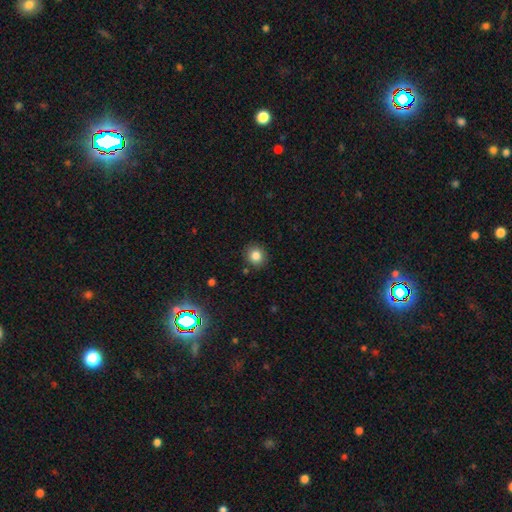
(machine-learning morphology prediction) type=smooth (83%); roundness=round (86%); merging=none (89%).